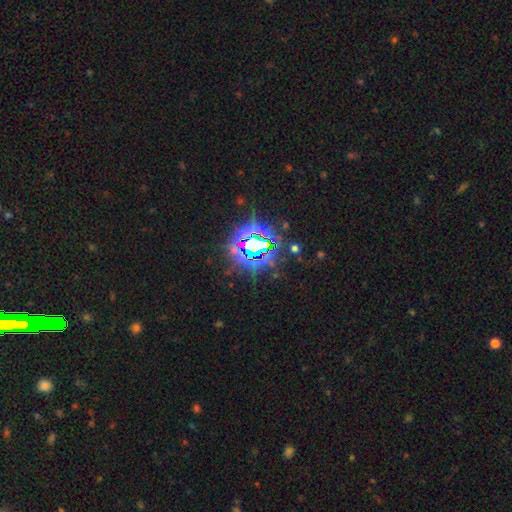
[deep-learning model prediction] Morphology: type=star or artifact (80%).